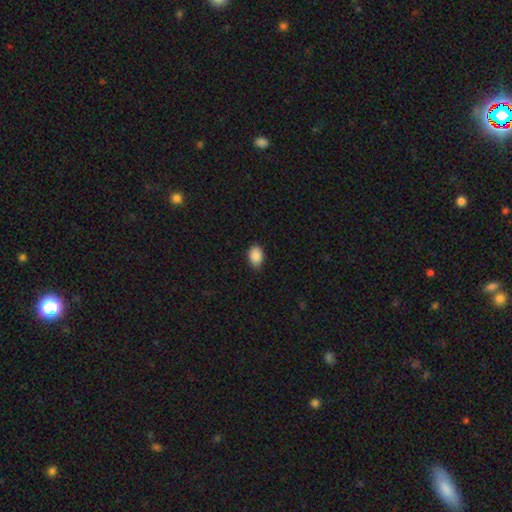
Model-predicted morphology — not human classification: A smooth galaxy with no disk features (90%) that is in between round and cigar-shaped (82%). Merging: none (81%).